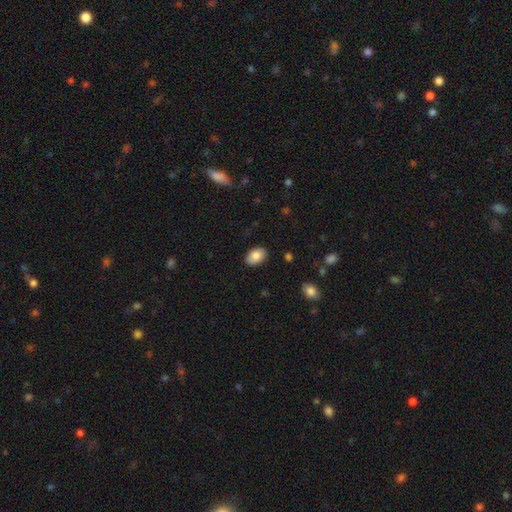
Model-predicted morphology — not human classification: Overall: smooth (84%). How rounded: in between (88%). Merging: none (87%).